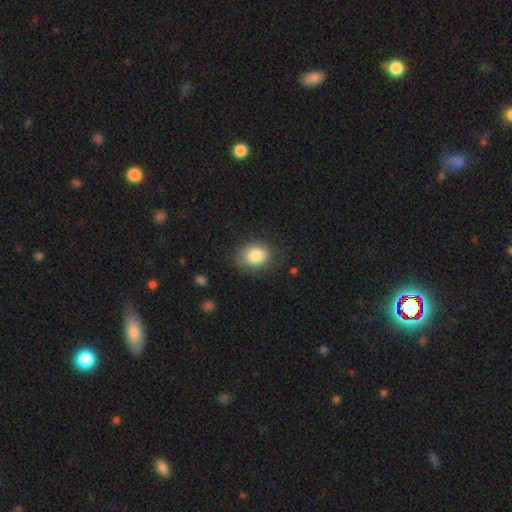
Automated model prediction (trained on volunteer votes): Smooth or featured: smooth — 84% (star or artifact — 8%)
How rounded: in between — 52% (round — 47%)
Merging: none — 79% (minor disturbance — 15%)